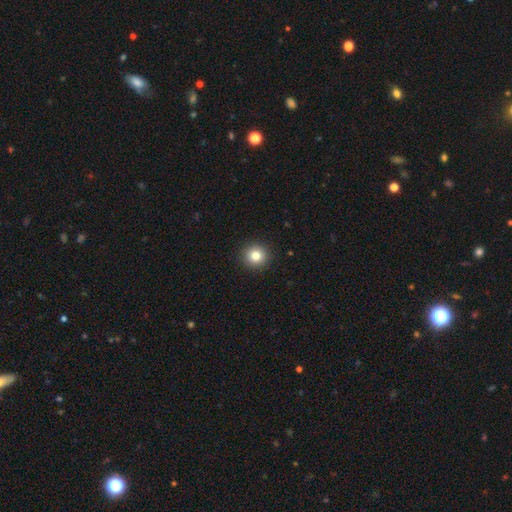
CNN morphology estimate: Overall: smooth (82%). How rounded: round (93%). Merging: none (93%).